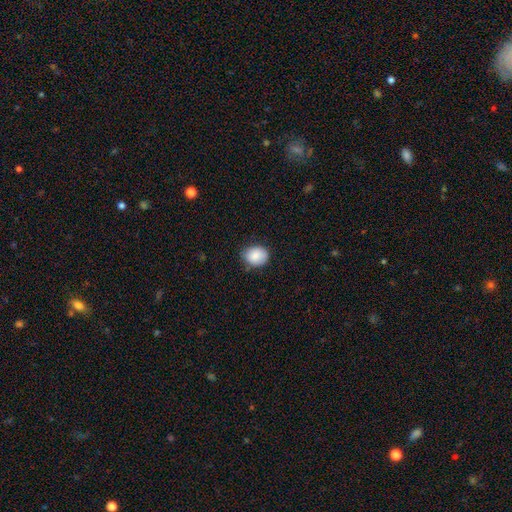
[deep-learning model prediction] smooth-or-featured: smooth: 86% | star or artifact: 8% | featured or disk: 7%
  how-rounded: in between: 50% | round: 49% | cigar-shaped: 1%
  merging: none: 77% | minor disturbance: 18% | major disturbance: 3% | merger: 1%